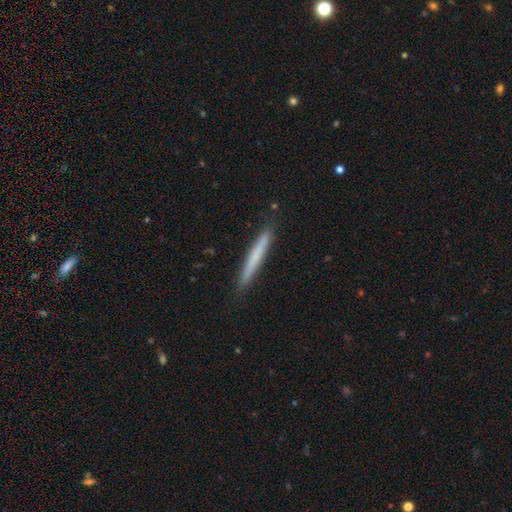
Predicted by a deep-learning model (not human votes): A smooth galaxy with no disk features (65%) that is cigar-shaped (97%).

Vote fractions:
- Smooth or featured? smooth: 65% / featured or disk: 29% / star or artifact: 6%
- How rounded? cigar-shaped: 97% / in between: 2% / round: 1%
- Merging? none: 89% / minor disturbance: 8% / major disturbance: 1% / merger: 1%